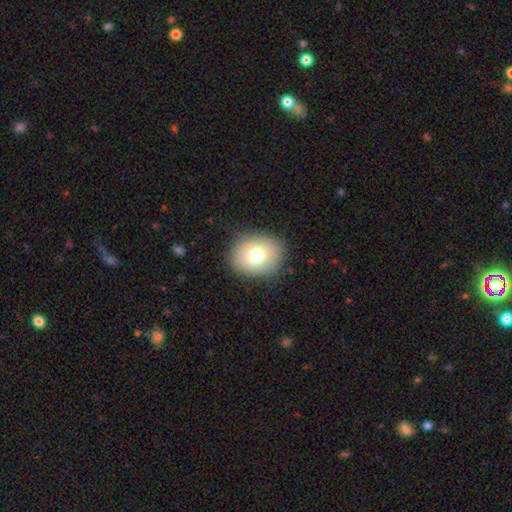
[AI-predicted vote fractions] Smooth or featured? smooth (76%)
How rounded? round (59%)
Merging? none (85%)